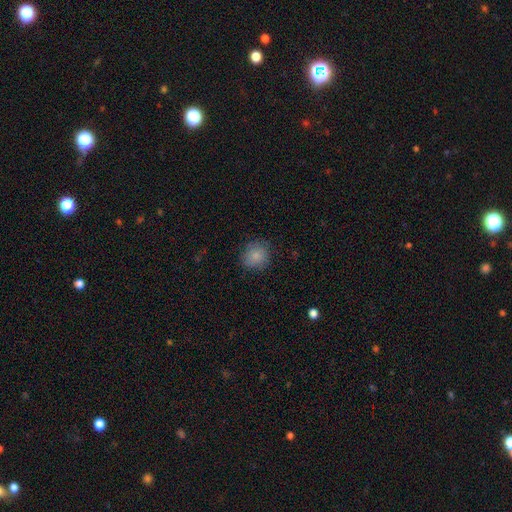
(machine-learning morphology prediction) Q: Smooth or featured?
A: smooth (85%); runner-up: star or artifact (9%)
Q: How rounded?
A: round (86%); runner-up: in between (13%)
Q: Merging?
A: none (80%); runner-up: minor disturbance (14%)